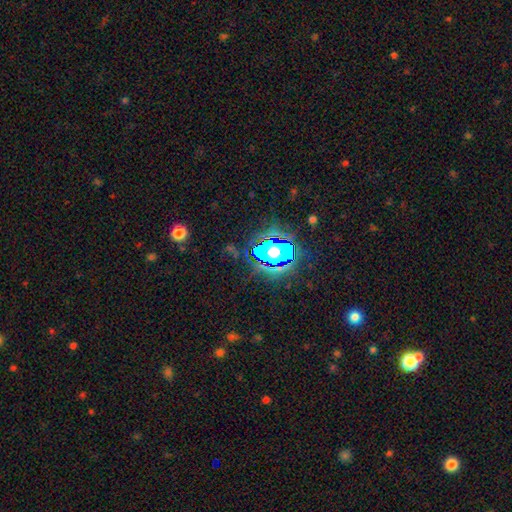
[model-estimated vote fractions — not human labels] smooth-or-featured: star or artifact: 79% | smooth: 13% | featured or disk: 8%